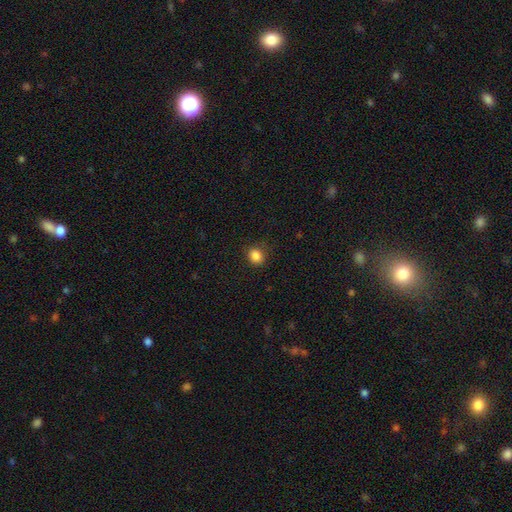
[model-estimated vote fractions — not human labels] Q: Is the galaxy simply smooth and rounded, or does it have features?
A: smooth — 86%.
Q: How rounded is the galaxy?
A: round — 66%.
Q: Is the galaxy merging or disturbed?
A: none — 84%.